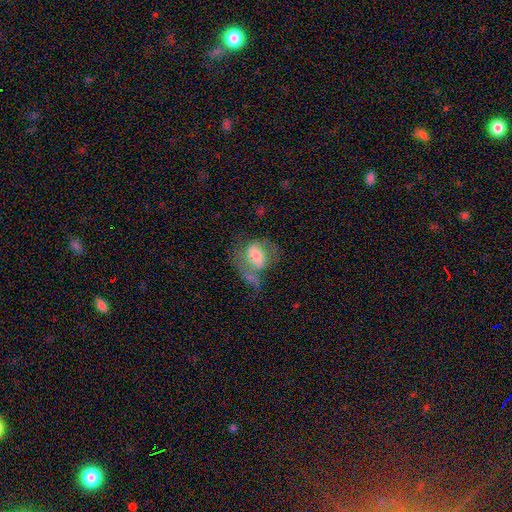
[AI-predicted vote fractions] This appears to be a featured or disk galaxy (51%). Merging: major disturbance (34%).